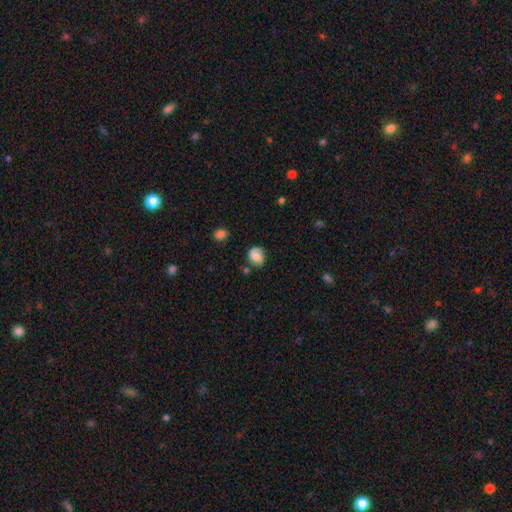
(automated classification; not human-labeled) Q: Smooth or featured?
A: smooth (68%); runner-up: featured or disk (23%)
Q: How rounded?
A: round (52%); runner-up: in between (46%)
Q: Merging?
A: none (58%); runner-up: minor disturbance (27%)